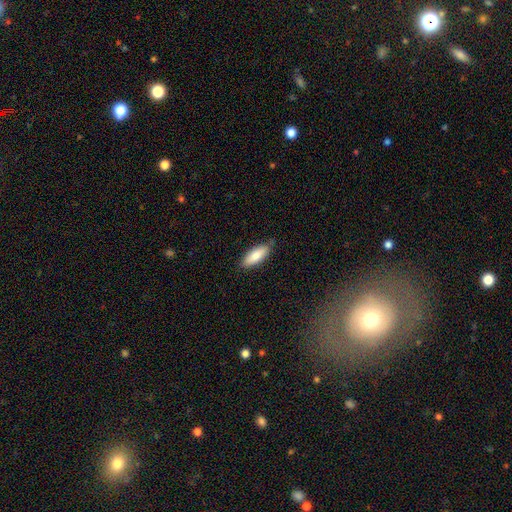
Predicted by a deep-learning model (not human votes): Smooth or featured?
  - smooth: 83% *
  - featured or disk: 11%
  - star or artifact: 6%
How rounded?
  - in between: 71% *
  - cigar-shaped: 28%
  - round: 2%
Merging?
  - none: 81% *
  - minor disturbance: 15%
  - major disturbance: 2%
  - merger: 1%